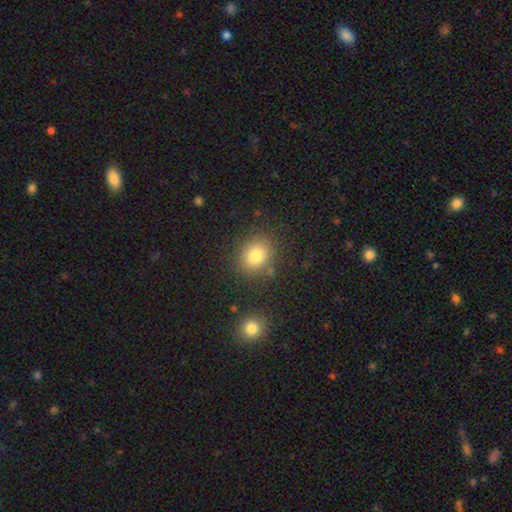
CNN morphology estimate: smooth 82%, star or artifact 11%, featured or disk 7%. Down the decision tree: how rounded — round (64%); merging — none (82%).